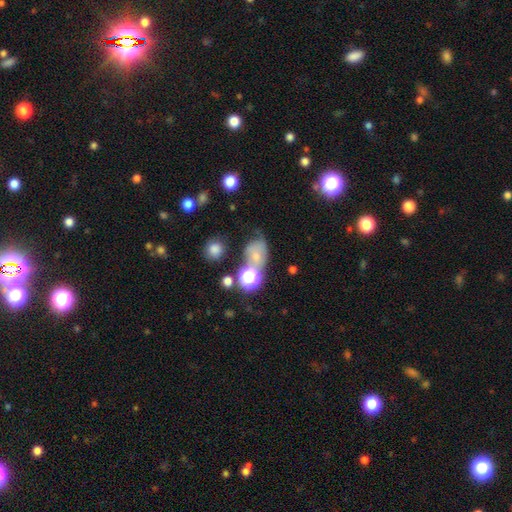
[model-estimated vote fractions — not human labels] Smooth or featured?
  - smooth: 58% *
  - star or artifact: 24%
  - featured or disk: 18%
How rounded?
  - in between: 56% *
  - round: 42%
  - cigar-shaped: 2%
Merging?
  - none: 40% *
  - merger: 24%
  - minor disturbance: 22%
  - major disturbance: 14%